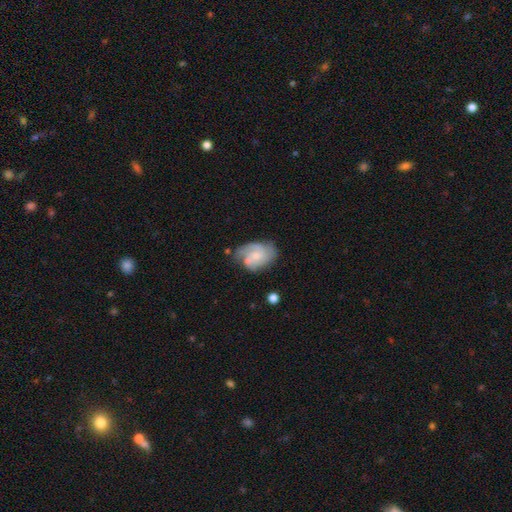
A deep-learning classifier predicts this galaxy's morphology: This appears to be a featured or disk galaxy (69%) with no bar (68%), 2 (30%) tight (44%) spiral arms (89%) and a small central bulge (53%). Merging: none (54%).